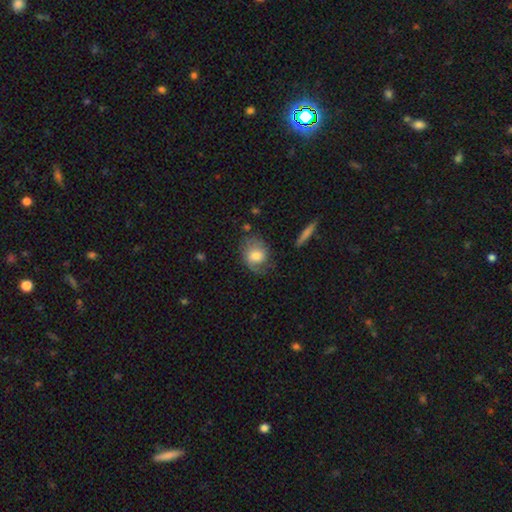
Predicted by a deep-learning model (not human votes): This appears to be a smooth galaxy with no disk features (63%) that is round (52%). Merging: none (54%).